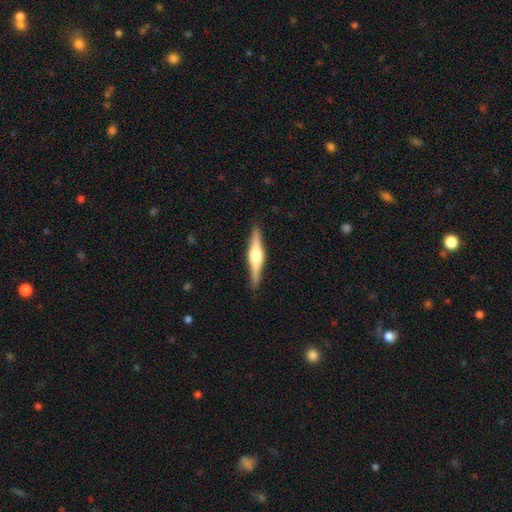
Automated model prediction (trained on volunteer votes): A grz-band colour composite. It shows a featured or disk galaxy (74%) viewed edge-on (98%) with a rounded central bulge (90%). Merging: none (90%).